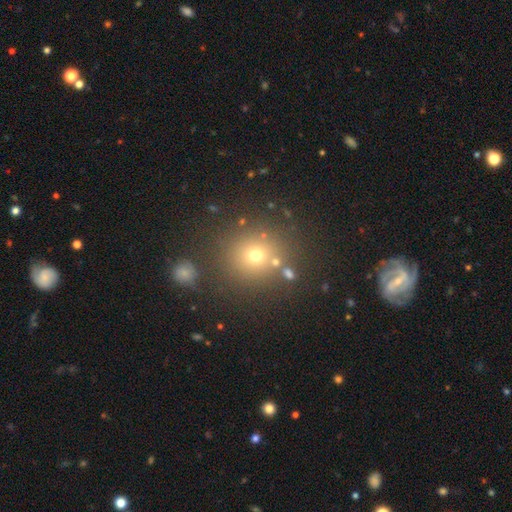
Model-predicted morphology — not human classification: smooth 66%, star or artifact 24%, featured or disk 10%. Down the decision tree: how rounded — round (90%); merging — none (80%).